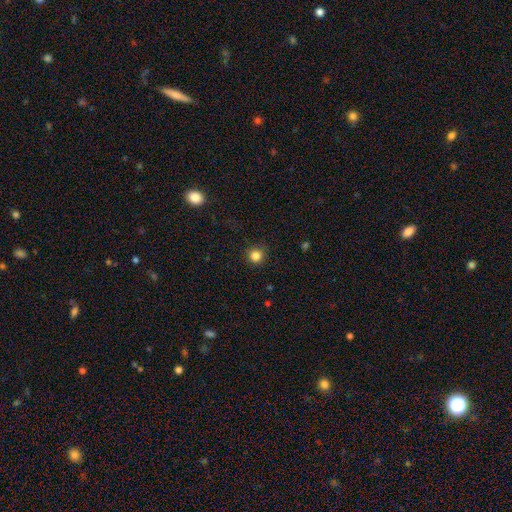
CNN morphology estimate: smooth_or_featured: smooth (p=0.83) [alt: star or artifact p=0.12]
how_rounded: round (p=0.94) [alt: in between p=0.05]
merging: none (p=0.89) [alt: minor disturbance p=0.08]